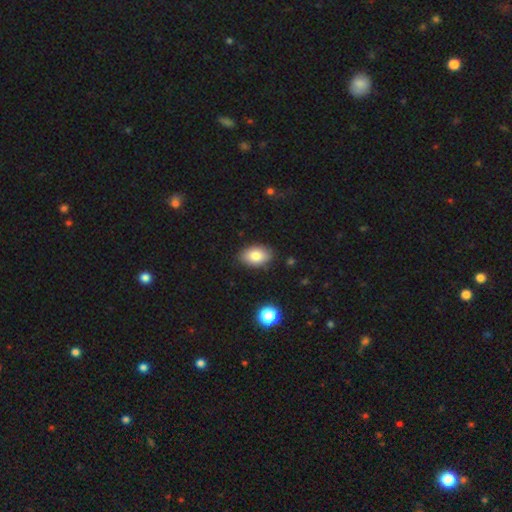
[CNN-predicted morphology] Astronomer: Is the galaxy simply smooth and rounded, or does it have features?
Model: smooth — 82%.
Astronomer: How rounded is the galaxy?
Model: in between — 89%.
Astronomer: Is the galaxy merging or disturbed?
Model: none — 86%.